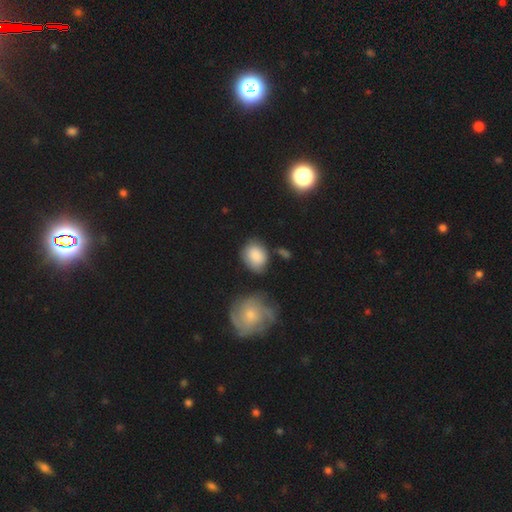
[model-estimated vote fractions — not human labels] This is clearly a smooth galaxy (81%). How rounded: possibly in between (53%). Merging: likely none (66%).